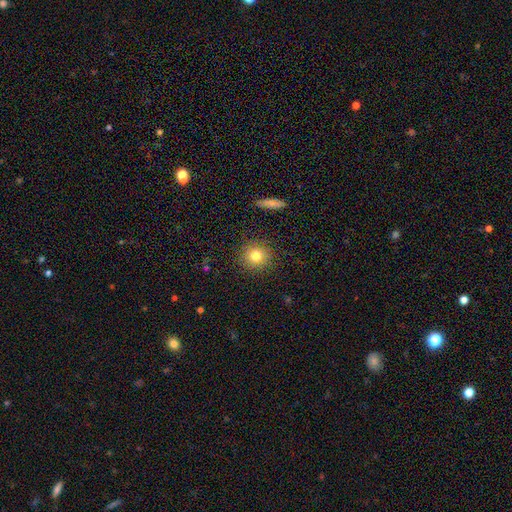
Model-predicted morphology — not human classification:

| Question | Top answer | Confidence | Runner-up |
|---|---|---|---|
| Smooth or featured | smooth | 79% | star or artifact (12%) |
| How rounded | round | 93% | in between (6%) |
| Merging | none | 90% | minor disturbance (7%) |